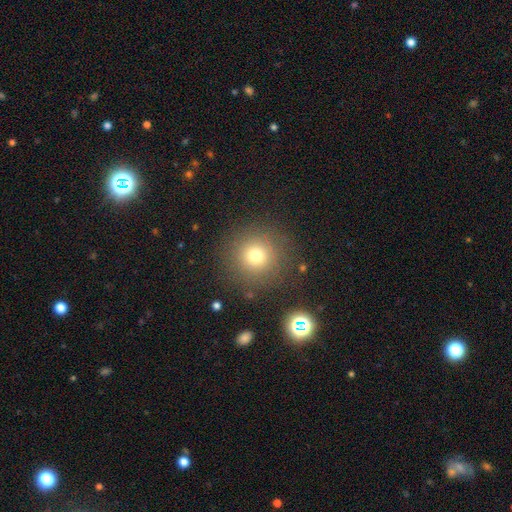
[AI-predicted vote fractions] This is likely a smooth galaxy (74%). How rounded: clearly round (95%). Merging: clearly none (87%).